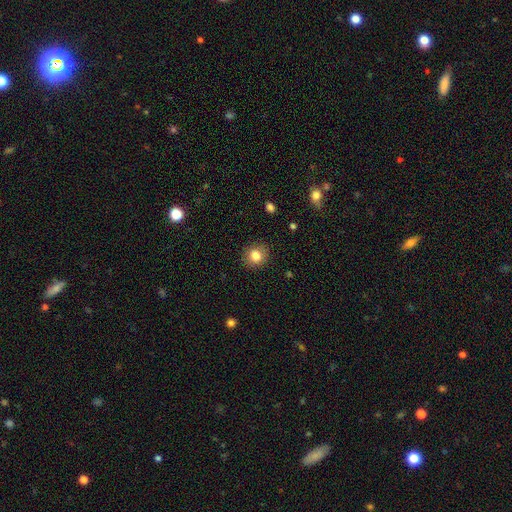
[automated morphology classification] Overall: smooth (83%). How rounded: round (84%). Merging: none (89%).